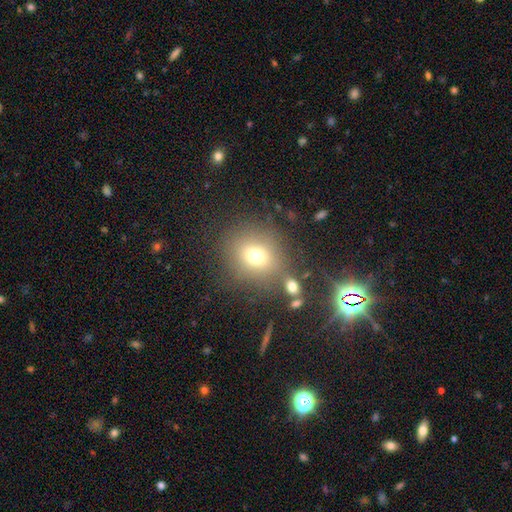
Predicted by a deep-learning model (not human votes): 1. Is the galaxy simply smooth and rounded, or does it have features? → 69% smooth, 18% star or artifact, 12% featured or disk.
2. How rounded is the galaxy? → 81% round, 18% in between, 1% cigar-shaped.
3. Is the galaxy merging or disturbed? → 78% none, 11% minor disturbance, 7% merger, 5% major disturbance.